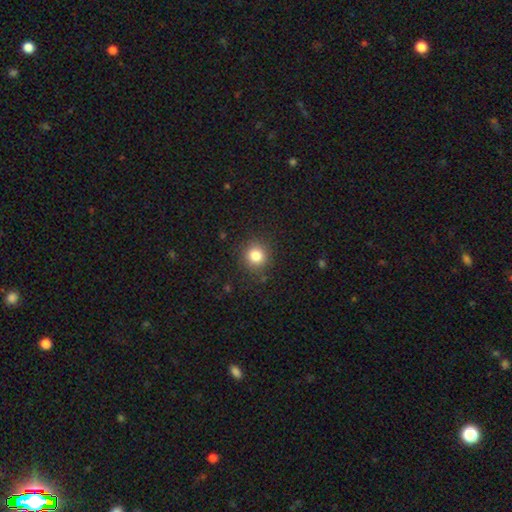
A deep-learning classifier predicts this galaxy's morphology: Smooth or featured? Predicted: smooth (p=0.83). How rounded? Predicted: round (p=0.91). Merging? Predicted: none (p=0.88).